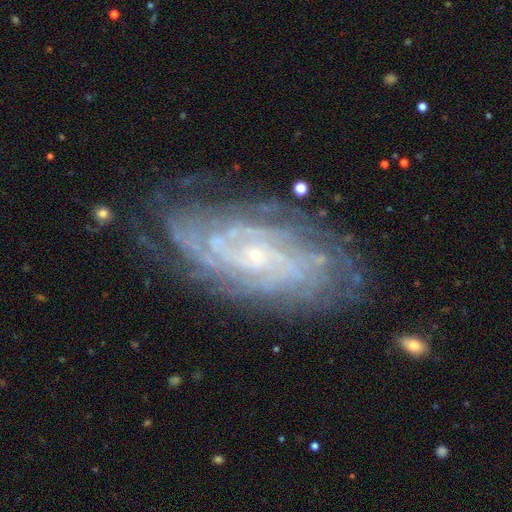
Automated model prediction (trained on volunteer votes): A featured or disk galaxy (87%) with no bar (68%), tight (75%) spiral arms (97%) and a small central bulge (83%). Merging: none (77%).